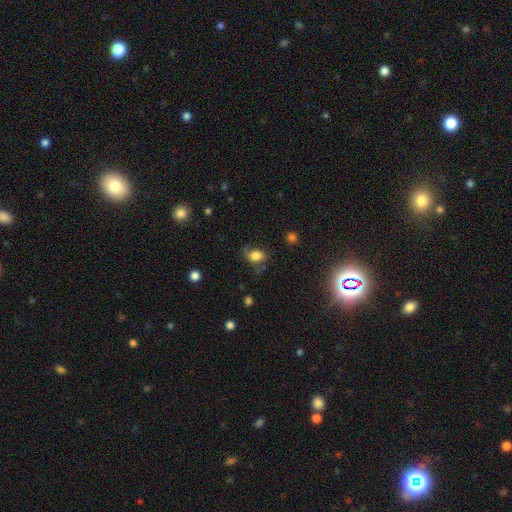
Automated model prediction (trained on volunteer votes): A smooth galaxy with no disk features (72%) that is in between round and cigar-shaped (62%). Merging: none (54%).